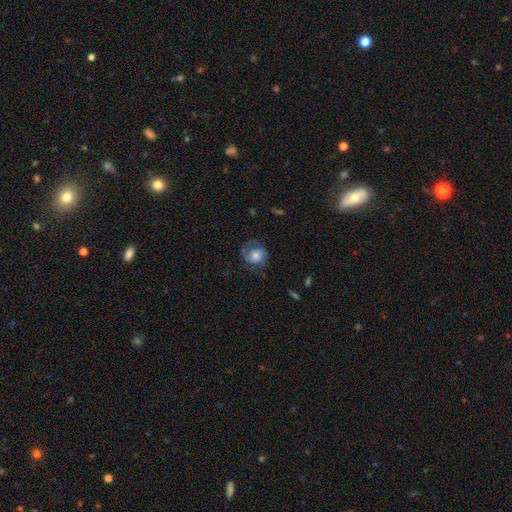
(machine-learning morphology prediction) featured or disk 60%, smooth 32%, star or artifact 8%. Down the decision tree: edge-on disk — no (97%); bar — no (70%); spiral arms — yes (91%); spiral arm count — 2 (66%); spiral winding — medium (44%); bulge size — moderate (47%); merging — none (63%).